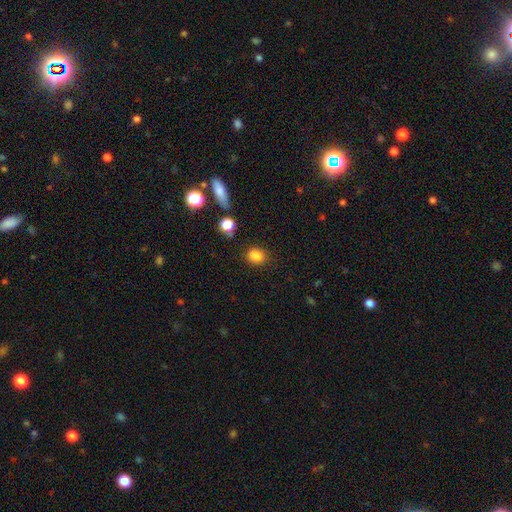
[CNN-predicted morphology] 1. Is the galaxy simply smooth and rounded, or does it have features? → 85% smooth, 11% star or artifact, 4% featured or disk.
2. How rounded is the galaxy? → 52% round, 47% in between, 1% cigar-shaped.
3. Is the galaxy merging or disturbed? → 80% none, 12% minor disturbance, 4% major disturbance, 4% merger.